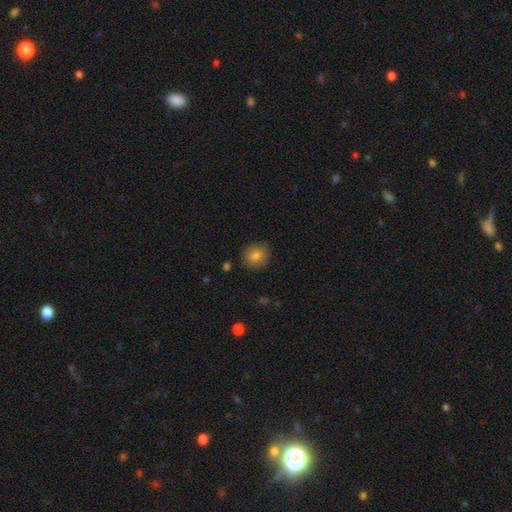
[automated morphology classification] smooth_or_featured: smooth (p=0.81) [alt: featured or disk p=0.09]
how_rounded: round (p=0.85) [alt: in between p=0.14]
merging: none (p=0.87) [alt: minor disturbance p=0.09]